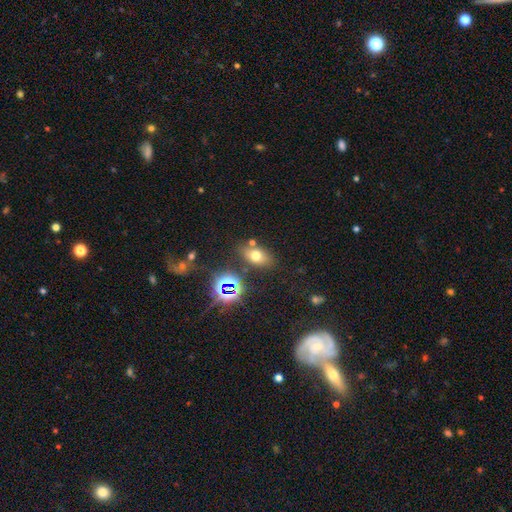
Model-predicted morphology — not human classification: The model was most divided on "smooth or featured": smooth: 62%, star or artifact: 24%, featured or disk: 14%. More confident: how rounded — in between (79%); merging — none (75%).